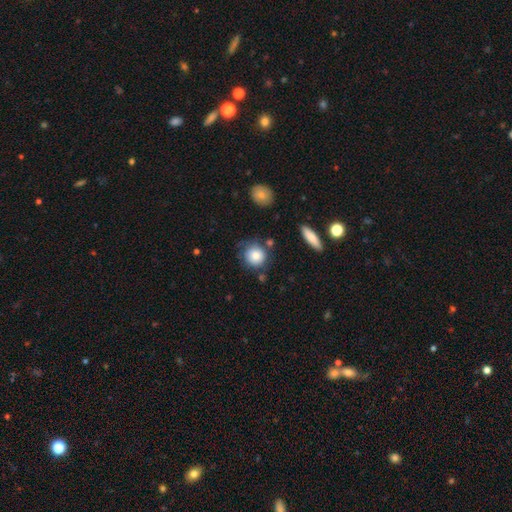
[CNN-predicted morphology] smooth 79%, featured or disk 13%, star or artifact 8%. Down the decision tree: how rounded — round (88%); merging — none (67%).